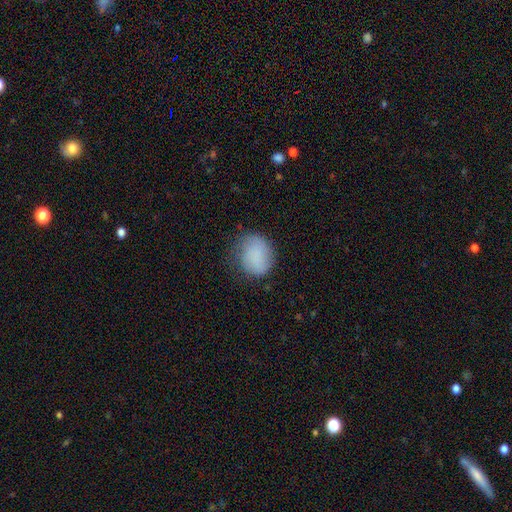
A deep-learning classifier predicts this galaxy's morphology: Q: Smooth or featured?
A: smooth (79%); runner-up: featured or disk (13%)
Q: How rounded?
A: round (66%); runner-up: in between (33%)
Q: Merging?
A: none (66%); runner-up: minor disturbance (25%)